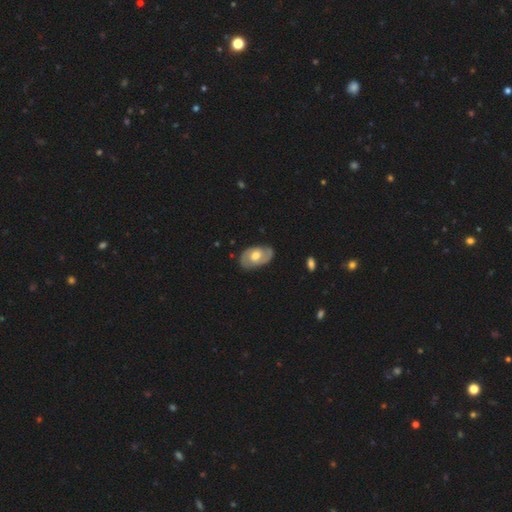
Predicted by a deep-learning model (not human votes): This appears to be a featured or disk galaxy (66%) with no bar (65%), spiral arms (72%) and a moderate central bulge (71%). Merging: none (79%).